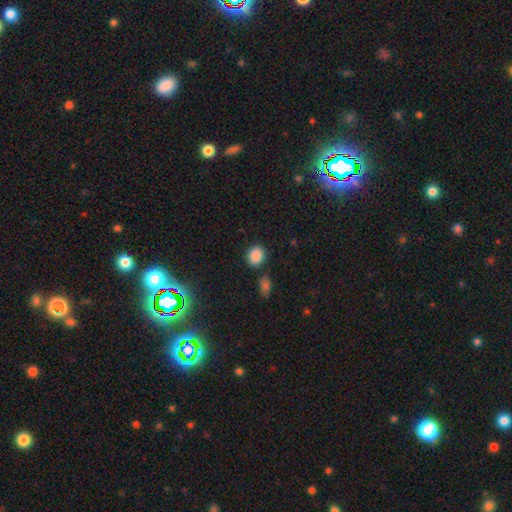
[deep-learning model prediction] Morphology: type=smooth (87%); roundness=round (66%); merging=none (79%).